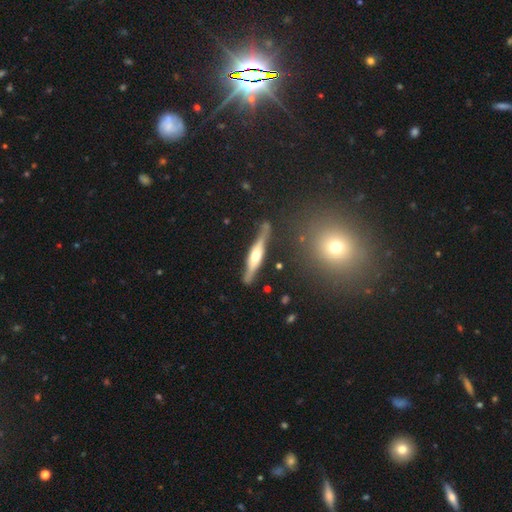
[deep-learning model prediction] Q: Smooth or featured?
A: featured or disk (70%); runner-up: smooth (24%)
Q: Edge-on disk?
A: yes (93%); runner-up: no (7%)
Q: Edge-on bulge?
A: rounded (77%); runner-up: boxy (18%)
Q: Merging?
A: none (77%); runner-up: minor disturbance (15%)